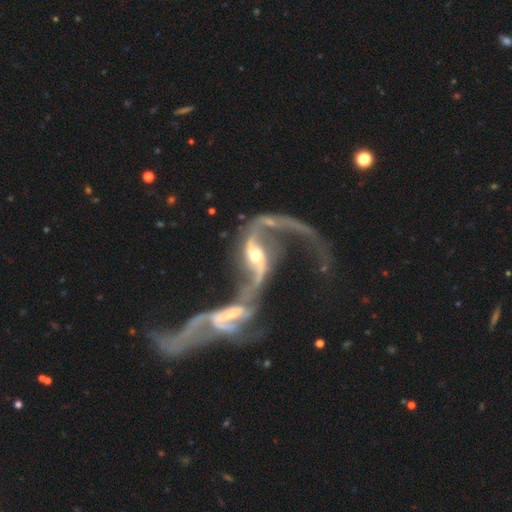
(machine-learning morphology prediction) featured or disk 87%, smooth 6%, star or artifact 6%. Down the decision tree: edge-on disk — no (94%); bar — strong (36%); spiral arms — yes (90%); spiral arm count — 2 (79%); spiral winding — loose (83%); bulge size — moderate (55%); merging — merger (76%).